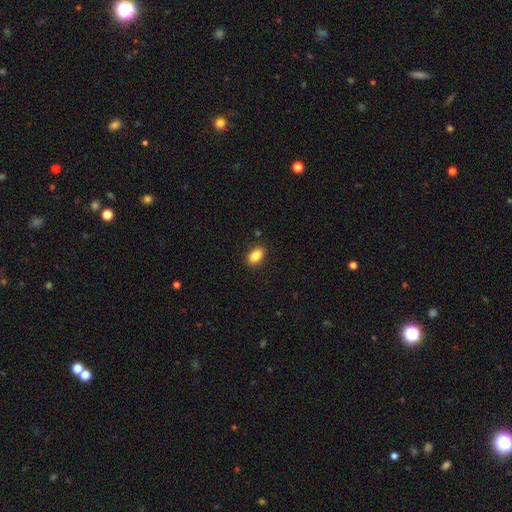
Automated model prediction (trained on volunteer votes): Morphology: type=smooth (85%); roundness=in between (87%); merging=none (88%).